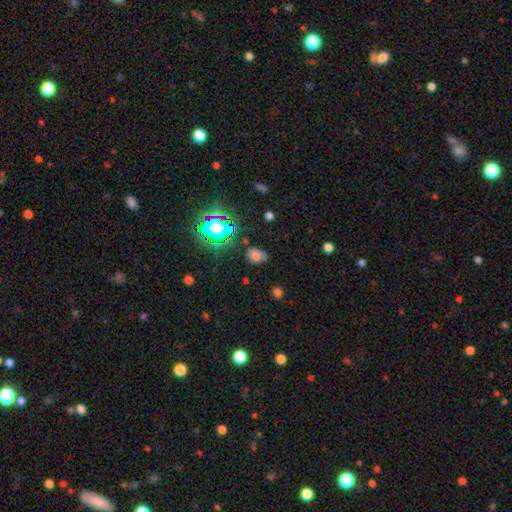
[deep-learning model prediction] Morphology: type=smooth (62%); roundness=in between (60%); merging=none (55%).